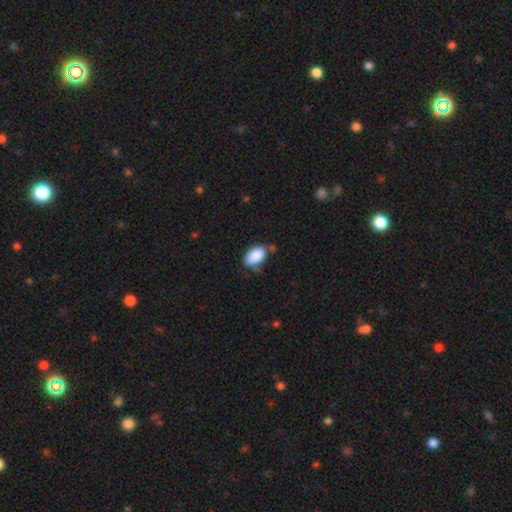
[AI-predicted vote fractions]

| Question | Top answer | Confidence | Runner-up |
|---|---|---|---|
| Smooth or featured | smooth | 89% | star or artifact (7%) |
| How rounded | in between | 93% | round (6%) |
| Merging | none | 67% | minor disturbance (23%) |